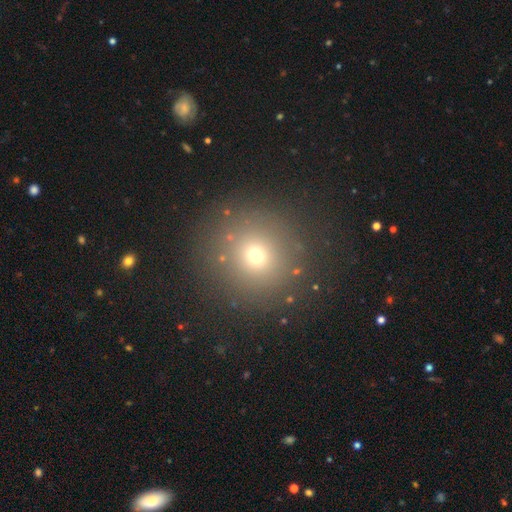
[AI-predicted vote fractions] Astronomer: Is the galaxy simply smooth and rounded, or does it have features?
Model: smooth — 67%.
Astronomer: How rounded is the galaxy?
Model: round — 93%.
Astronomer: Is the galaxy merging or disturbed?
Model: none — 86%.